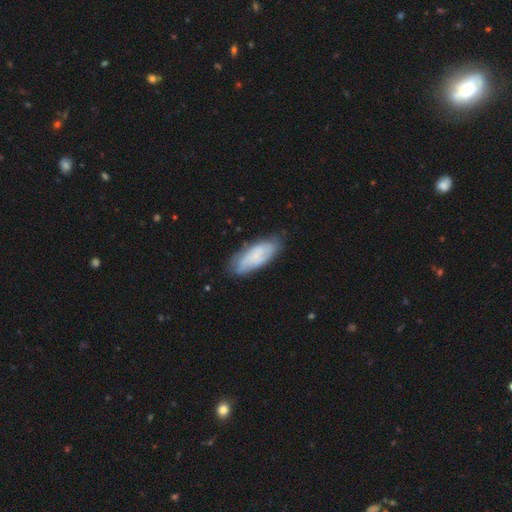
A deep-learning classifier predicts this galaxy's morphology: smooth-or-featured: smooth: 49% | featured or disk: 44% | star or artifact: 7%
  merging: none: 71% | minor disturbance: 22% | major disturbance: 5% | merger: 2%